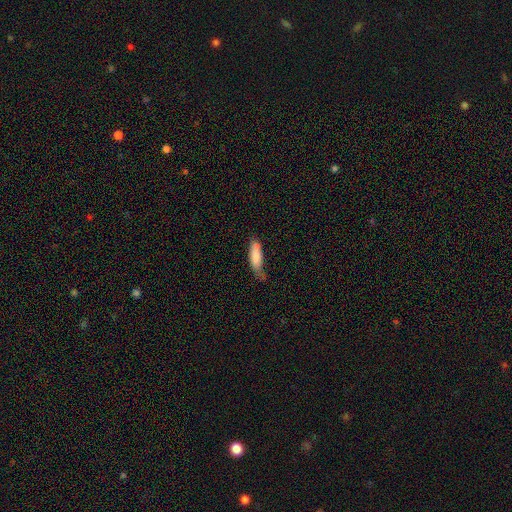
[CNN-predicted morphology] A smooth galaxy with no disk features (81%) that is cigar-shaped (52%).

Vote fractions:
- Smooth or featured? smooth: 81% / featured or disk: 13% / star or artifact: 6%
- How rounded? cigar-shaped: 52% / in between: 46% / round: 2%
- Merging? none: 42% / minor disturbance: 40% / major disturbance: 14% / merger: 4%